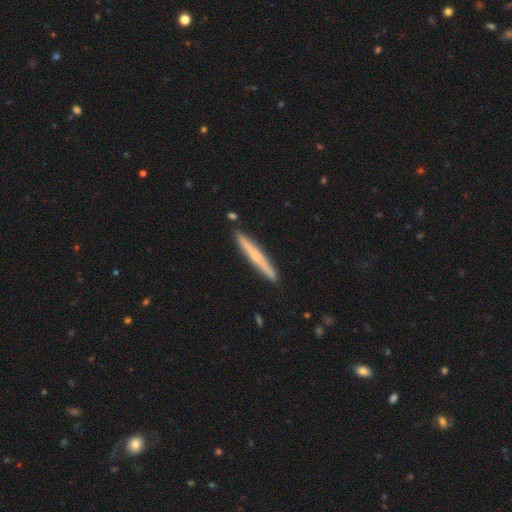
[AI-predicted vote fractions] The model was most divided on "smooth or featured": featured or disk: 49%, smooth: 45%, star or artifact: 6%. More confident: merging — none (90%).